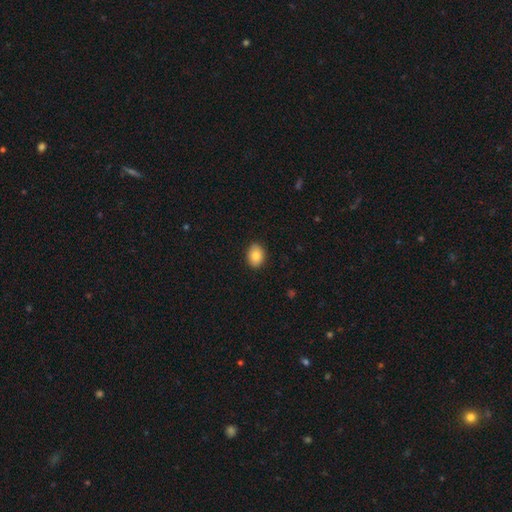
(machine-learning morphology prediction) type=smooth (85%); roundness=in between (67%); merging=none (89%).